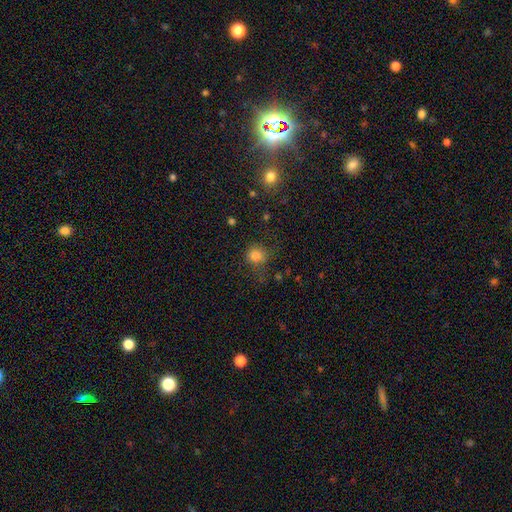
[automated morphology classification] A smooth galaxy with no disk features (81%) that is round (81%).

Vote fractions:
- Smooth or featured? smooth: 81% / star or artifact: 13% / featured or disk: 6%
- How rounded? round: 81% / in between: 18% / cigar-shaped: 1%
- Merging? none: 62% / minor disturbance: 21% / major disturbance: 13% / merger: 3%